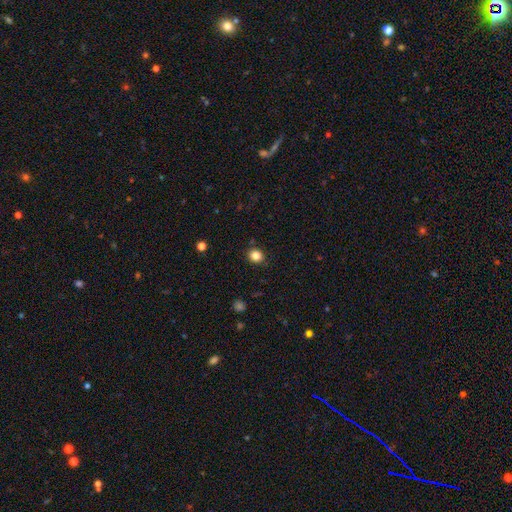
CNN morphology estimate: Q: Smooth or featured?
A: smooth (84%); runner-up: star or artifact (11%)
Q: How rounded?
A: round (74%); runner-up: in between (25%)
Q: Merging?
A: none (88%); runner-up: minor disturbance (8%)